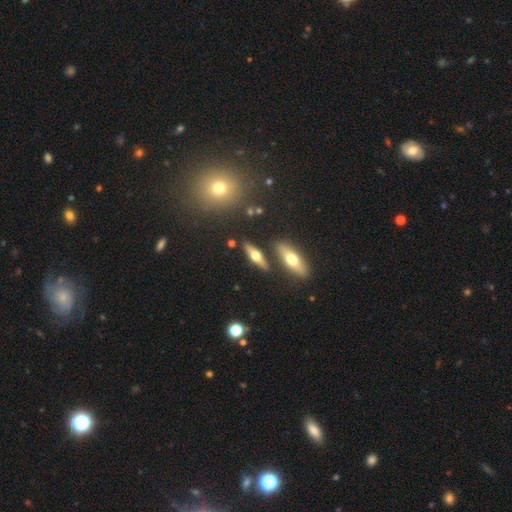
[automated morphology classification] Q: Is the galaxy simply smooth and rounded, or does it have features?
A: featured or disk — 50%.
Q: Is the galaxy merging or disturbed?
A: none — 80%.